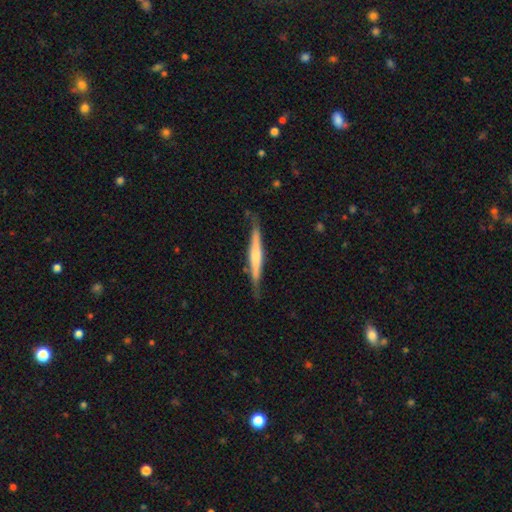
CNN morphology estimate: smooth-or-featured: featured or disk: 58% | smooth: 37% | star or artifact: 5%
  disk-edge-on: yes: 97% | no: 3%
    edge-on-bulge: rounded: 47% | none: 36% | boxy: 17%
  merging: none: 80% | minor disturbance: 16% | major disturbance: 3% | merger: 2%